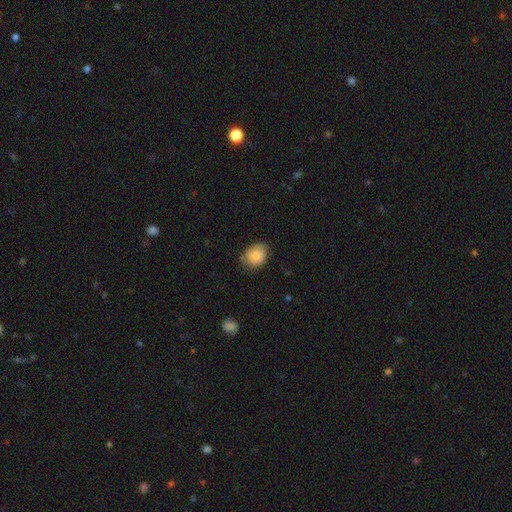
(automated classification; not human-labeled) This appears to be a smooth galaxy with no disk features (86%) that is round (50%). Merging: none (67%).